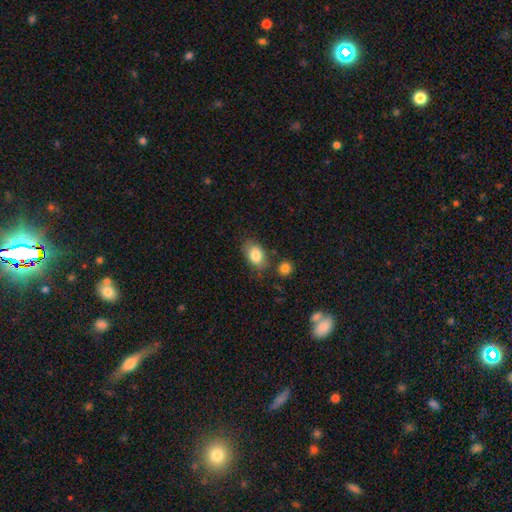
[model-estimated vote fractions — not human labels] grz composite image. It shows a smooth galaxy with no disk features (83%) that is in between round and cigar-shaped (86%). Merging: none (71%).